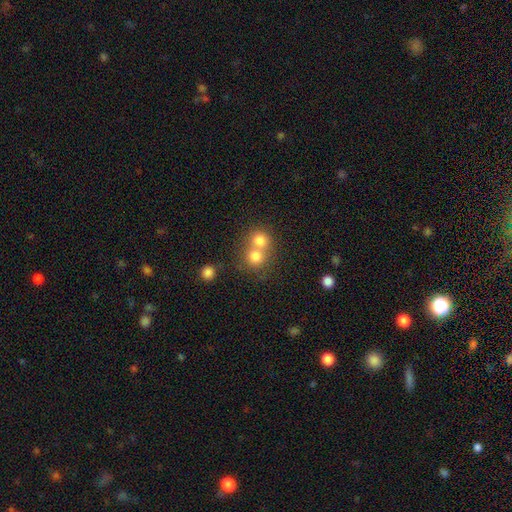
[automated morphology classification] Smooth or featured? Predicted: smooth (p=0.75). How rounded? Predicted: round (p=0.85). Merging? Predicted: merger (p=0.57).